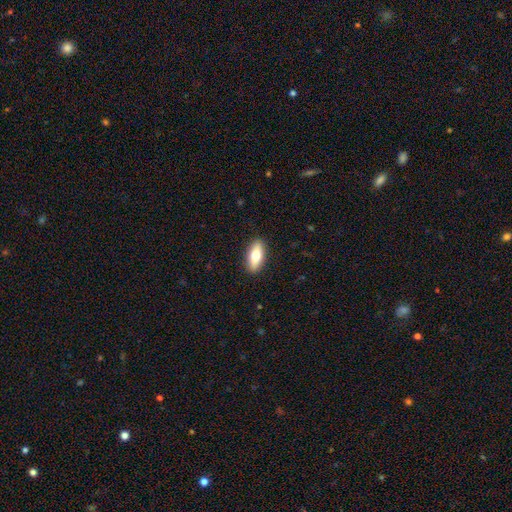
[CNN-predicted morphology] Overall: smooth (68%). How rounded: in between (74%). Merging: none (90%).